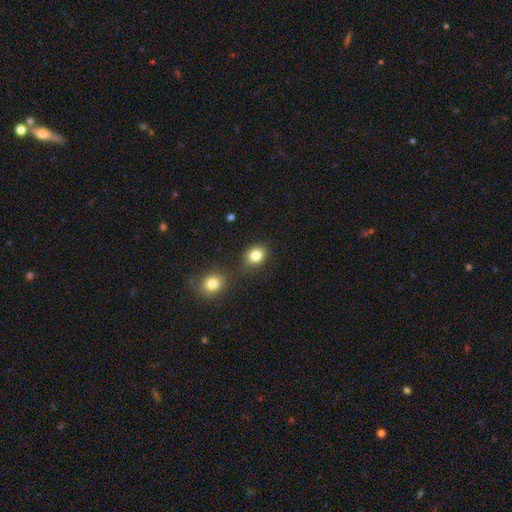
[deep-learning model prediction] smooth-or-featured: smooth: 82% | star or artifact: 11% | featured or disk: 7%
  how-rounded: round: 54% | in between: 45% | cigar-shaped: 1%
  merging: none: 74% | minor disturbance: 11% | merger: 11% | major disturbance: 3%